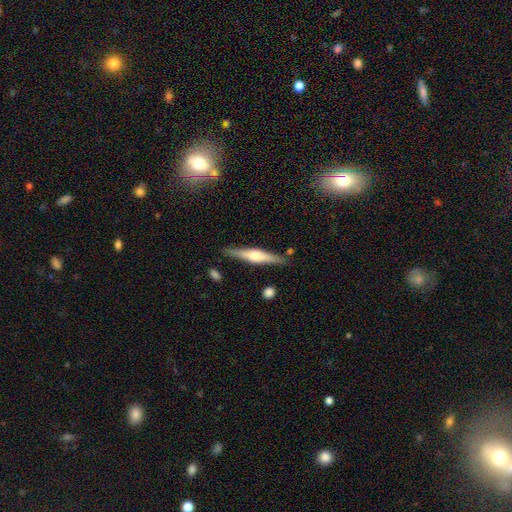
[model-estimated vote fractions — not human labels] Overall: featured or disk (63%; smooth 31%). Edge-on disk: yes (97%). Edge-on bulge: rounded (80%). Merging: none (85%).